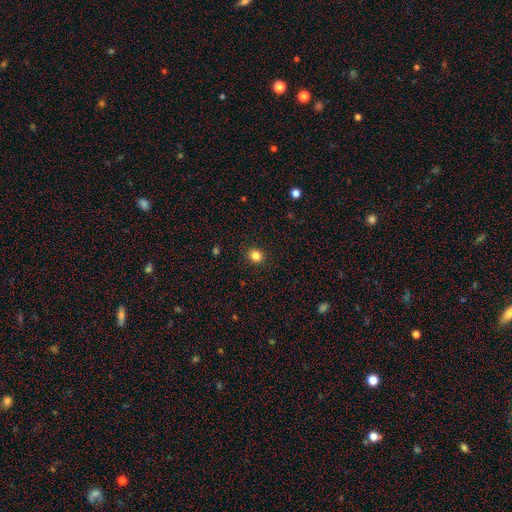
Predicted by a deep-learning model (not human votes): smooth 84%, star or artifact 12%, featured or disk 4%. Down the decision tree: how rounded — round (76%); merging — none (91%).